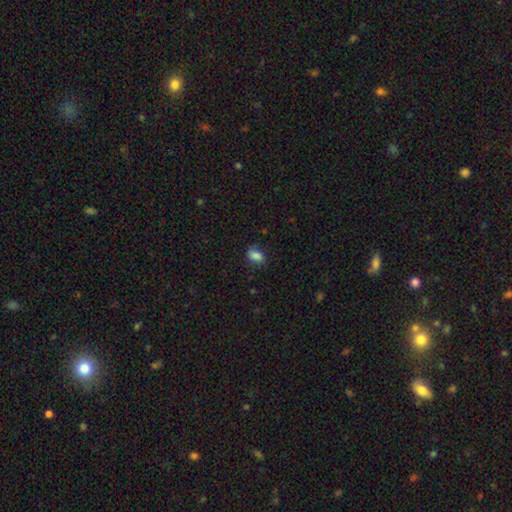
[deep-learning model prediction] A smooth galaxy with no disk features (83%) that is in between round and cigar-shaped (84%). Merging: none (70%).